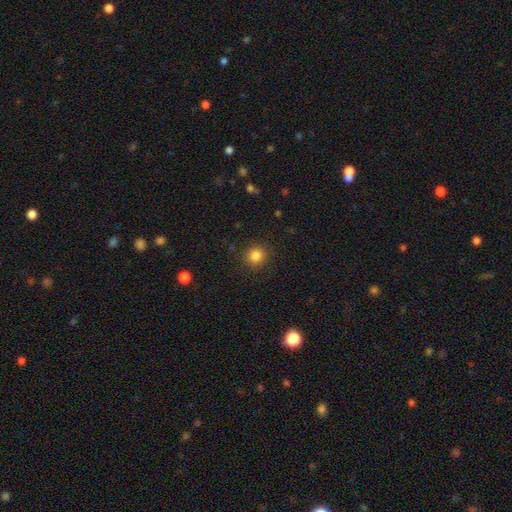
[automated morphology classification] Smooth or featured?
  - smooth: 83% *
  - star or artifact: 11%
  - featured or disk: 5%
How rounded?
  - round: 90% *
  - in between: 9%
  - cigar-shaped: 1%
Merging?
  - none: 90% *
  - minor disturbance: 7%
  - major disturbance: 2%
  - merger: 1%